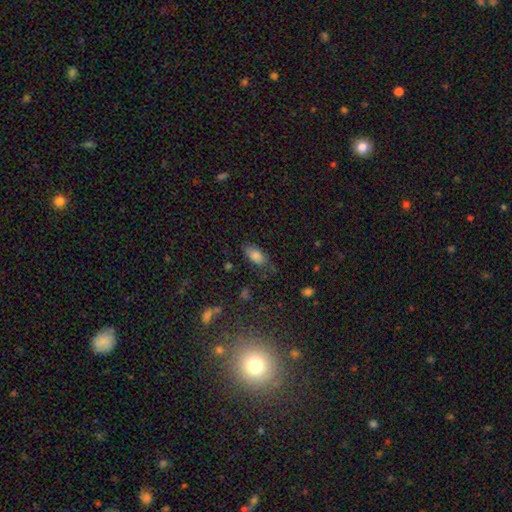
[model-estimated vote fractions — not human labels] The model was most divided on "merging": none: 68%, minor disturbance: 23%, major disturbance: 6%, merger: 2%. More confident: how rounded — in between (89%); smooth or featured — smooth (79%).